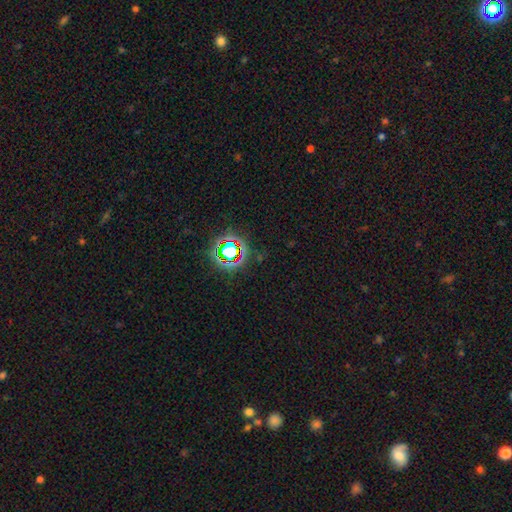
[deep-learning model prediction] Overall: star or artifact (76%).